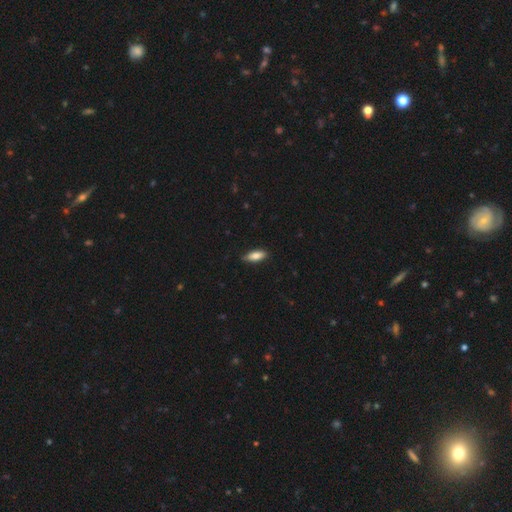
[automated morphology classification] This is clearly a smooth galaxy (81%). How rounded: likely in between (72%). Merging: clearly none (83%).